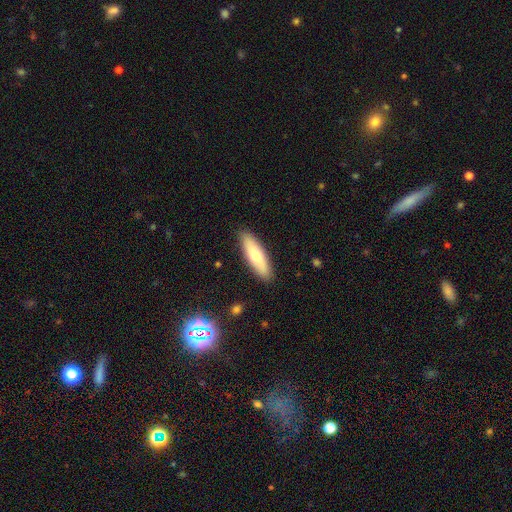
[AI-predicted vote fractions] Q: Smooth or featured?
A: smooth (69%); runner-up: featured or disk (25%)
Q: How rounded?
A: cigar-shaped (56%); runner-up: in between (43%)
Q: Merging?
A: none (88%); runner-up: minor disturbance (9%)